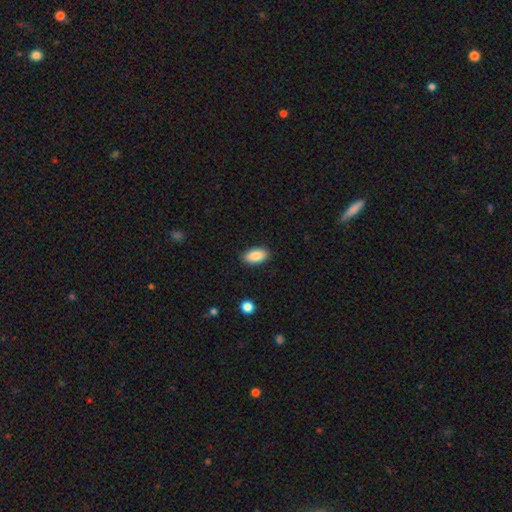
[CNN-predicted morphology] Smooth or featured? smooth (87%)
How rounded? in between (93%)
Merging? none (88%)